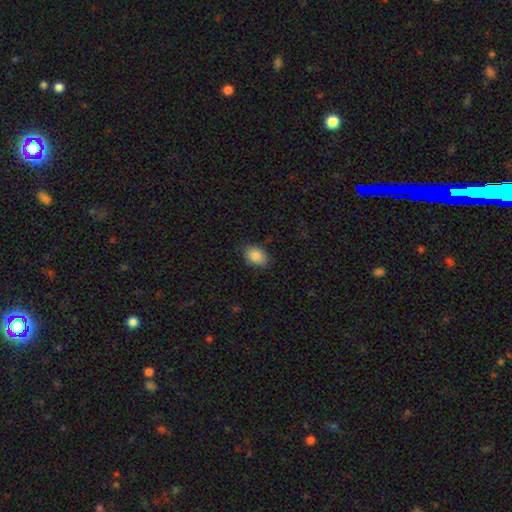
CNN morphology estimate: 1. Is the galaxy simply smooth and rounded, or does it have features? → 87% smooth, 8% star or artifact, 5% featured or disk.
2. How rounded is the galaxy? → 80% in between, 19% round, 1% cigar-shaped.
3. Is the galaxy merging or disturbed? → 84% none, 12% minor disturbance, 3% major disturbance, 1% merger.